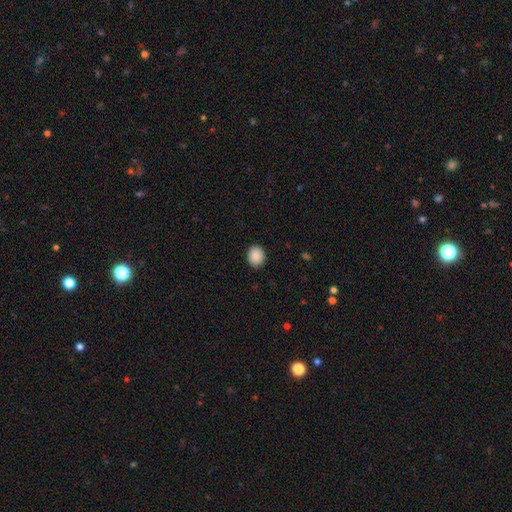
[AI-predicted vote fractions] A smooth galaxy with no disk features (89%) that is round (57%).

Vote fractions:
- Smooth or featured? smooth: 89% / star or artifact: 8% / featured or disk: 3%
- How rounded? round: 57% / in between: 42% / cigar-shaped: 1%
- Merging? none: 90% / minor disturbance: 7% / major disturbance: 2% / merger: 1%